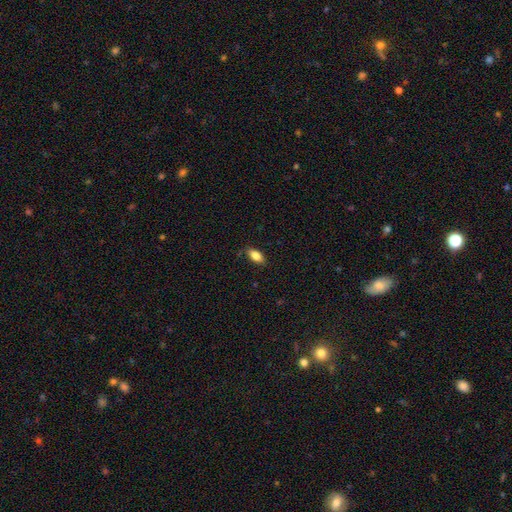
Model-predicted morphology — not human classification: smooth 82%, featured or disk 10%, star or artifact 8%. Down the decision tree: how rounded — in between (88%); merging — none (80%).